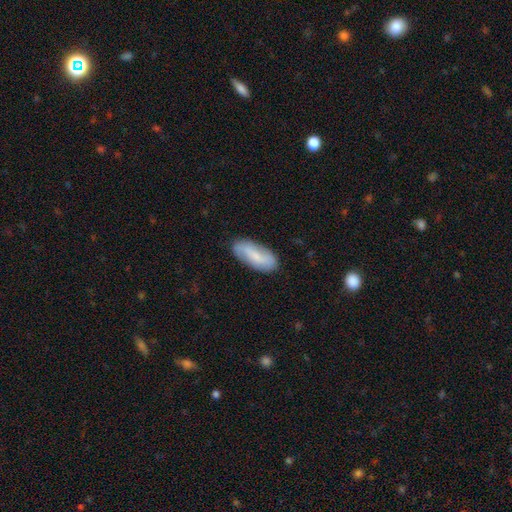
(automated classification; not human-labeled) This appears to be a smooth galaxy with no disk features (53%) that is in between round and cigar-shaped (79%). Merging: none (83%).